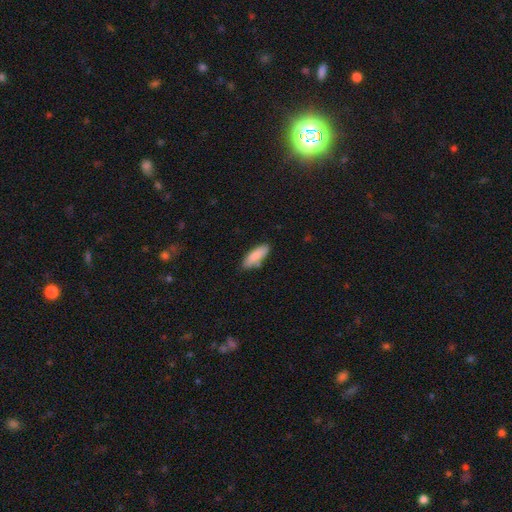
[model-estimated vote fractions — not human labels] smooth 86%, featured or disk 8%, star or artifact 6%. Down the decision tree: how rounded — in between (61%); merging — none (78%).